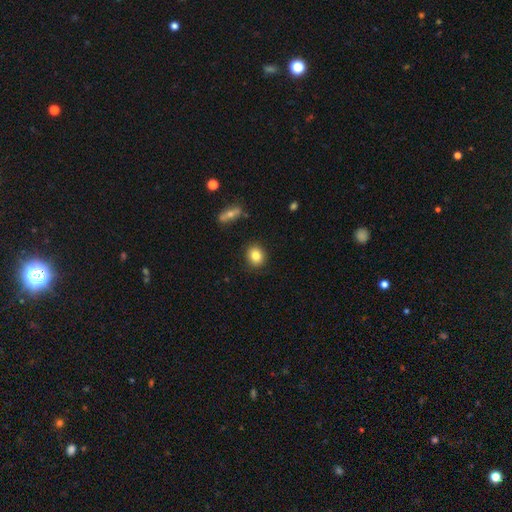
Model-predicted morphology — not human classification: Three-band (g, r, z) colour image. It shows a smooth galaxy with no disk features (83%) that is round (74%). Merging: none (89%).